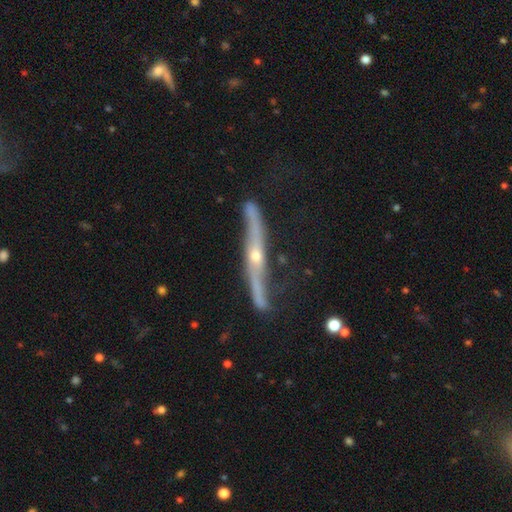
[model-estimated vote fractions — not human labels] Smooth or featured? featured or disk (86%)
Edge-on disk? yes (76%)
Edge-on bulge? rounded (87%)
Merging? none (68%)